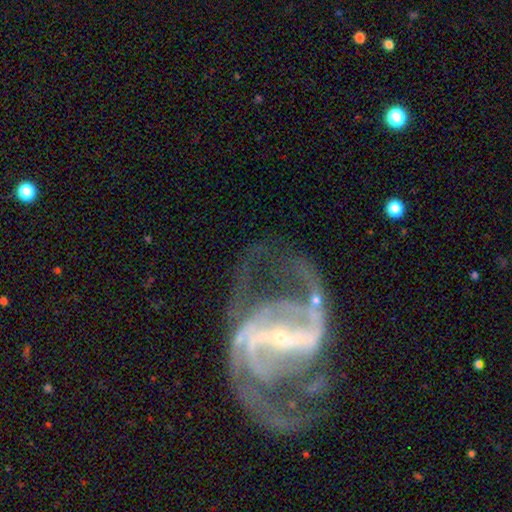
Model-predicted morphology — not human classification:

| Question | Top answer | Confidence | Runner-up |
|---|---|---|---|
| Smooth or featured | featured or disk | 92% | star or artifact (5%) |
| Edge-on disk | no | 97% | yes (3%) |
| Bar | strong | 77% | weak (18%) |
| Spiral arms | yes | 96% | no (4%) |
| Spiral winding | medium | 53% | loose (30%) |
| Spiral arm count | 2 | 87% | can't tell (4%) |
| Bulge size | small | 83% | moderate (12%) |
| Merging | none | 62% | major disturbance (19%) |